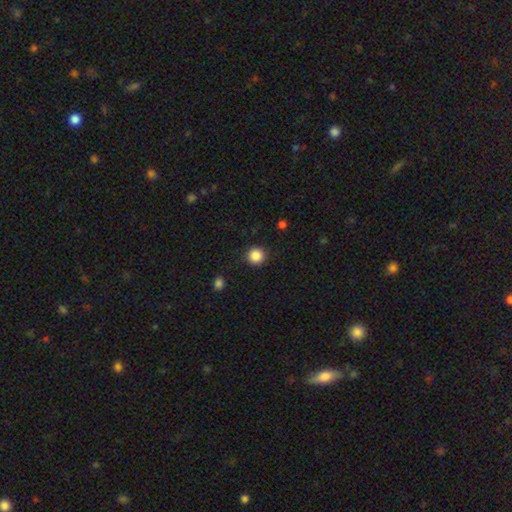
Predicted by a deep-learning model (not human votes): A smooth galaxy with no disk features (87%) that is round (94%).

Vote fractions:
- Smooth or featured? smooth: 87% / star or artifact: 10% / featured or disk: 3%
- How rounded? round: 94% / in between: 5% / cigar-shaped: 1%
- Merging? none: 90% / minor disturbance: 6% / major disturbance: 2% / merger: 1%